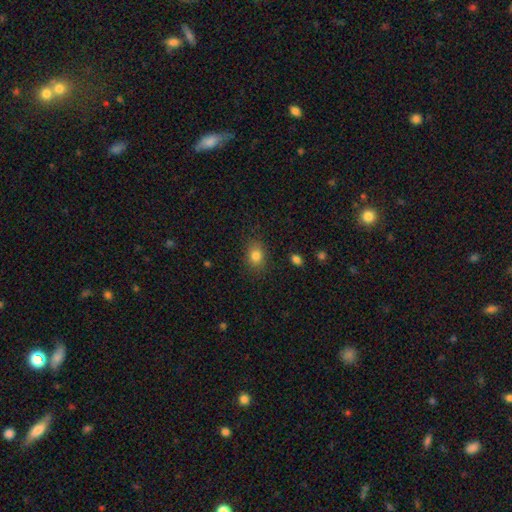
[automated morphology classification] Smooth or featured? smooth (82%)
How rounded? in between (61%)
Merging? none (84%)